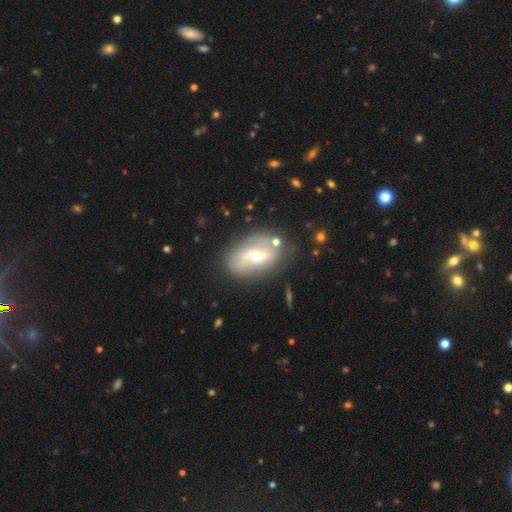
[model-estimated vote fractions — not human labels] Smooth or featured?
  - featured or disk: 67% *
  - smooth: 25%
  - star or artifact: 8%
Edge-on disk?
  - no: 91% *
  - yes: 9%
Bar?
  - weak: 38% *
  - no: 35%
  - strong: 27%
Spiral arms?
  - yes: 71% *
  - no: 29%
Bulge size?
  - moderate: 52% *
  - small: 43%
  - large: 3%
  - dominant: 1%
  - none: 1%
Merging?
  - none: 75% *
  - minor disturbance: 15%
  - major disturbance: 6%
  - merger: 5%